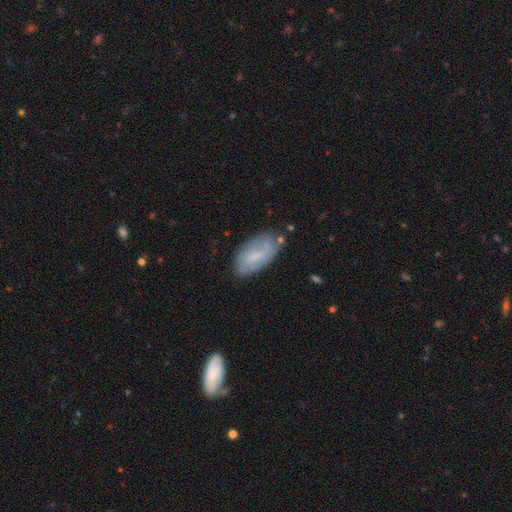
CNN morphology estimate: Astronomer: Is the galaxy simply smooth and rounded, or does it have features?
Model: smooth — 57% (runner-up: featured or disk, 36%).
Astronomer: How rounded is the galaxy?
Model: in between — 93%.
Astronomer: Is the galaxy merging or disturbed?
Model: none — 65%.